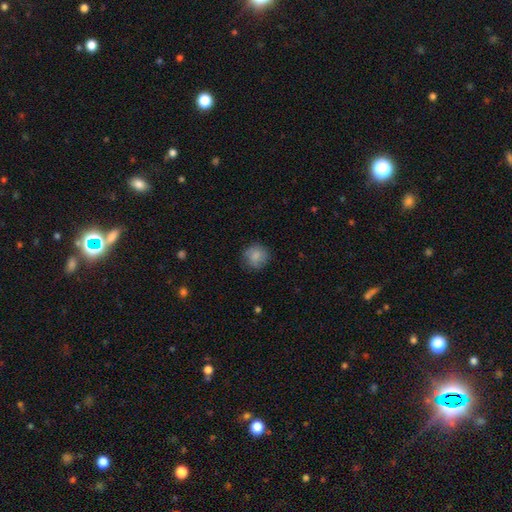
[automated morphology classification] Overall: smooth (85%). How rounded: round (90%). Merging: none (81%).